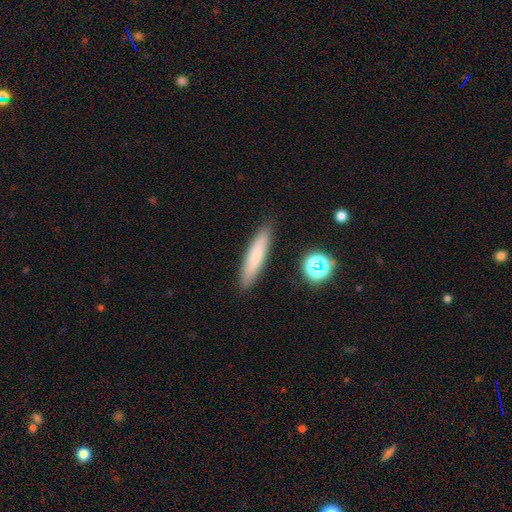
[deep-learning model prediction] Smooth or featured: smooth — 77% (featured or disk — 15%)
How rounded: cigar-shaped — 86% (in between — 12%)
Merging: none — 89% (minor disturbance — 7%)